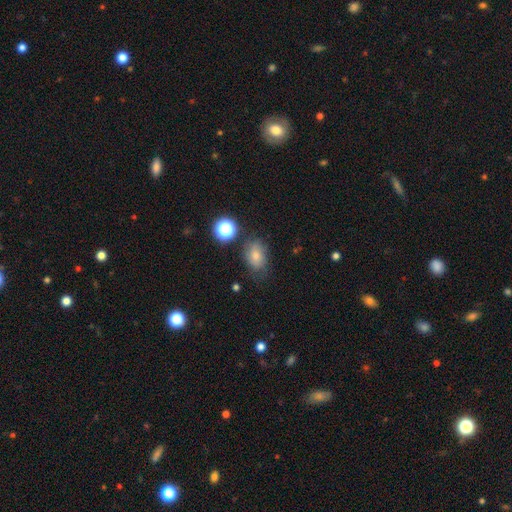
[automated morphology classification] smooth_or_featured: smooth (p=0.75) [alt: star or artifact p=0.13]
how_rounded: in between (p=0.73) [alt: round p=0.26]
merging: none (p=0.66) [alt: minor disturbance p=0.22]